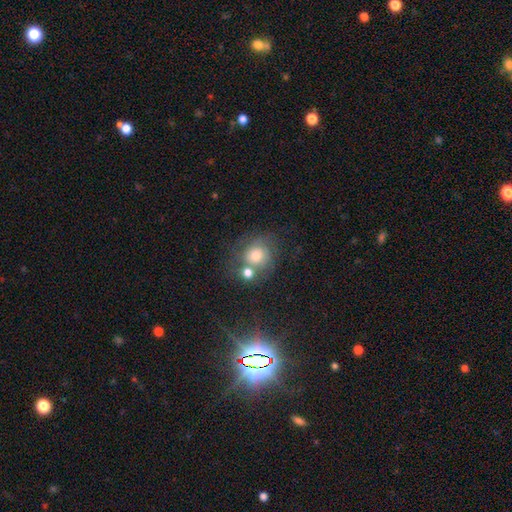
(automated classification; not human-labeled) The model was most divided on "merging": none: 45%, merger: 30%, minor disturbance: 15%, major disturbance: 10%. More confident: how rounded — round (78%); smooth or featured — smooth (58%).